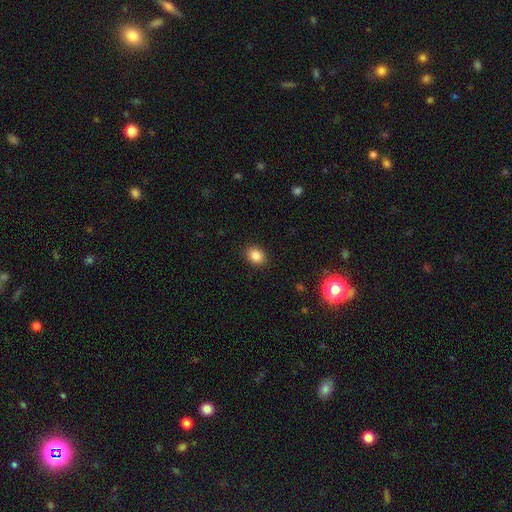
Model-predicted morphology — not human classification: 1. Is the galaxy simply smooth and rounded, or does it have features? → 85% smooth, 10% star or artifact, 5% featured or disk.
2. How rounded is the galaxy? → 57% in between, 42% round, 1% cigar-shaped.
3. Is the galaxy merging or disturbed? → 89% none, 7% minor disturbance, 2% major disturbance, 1% merger.